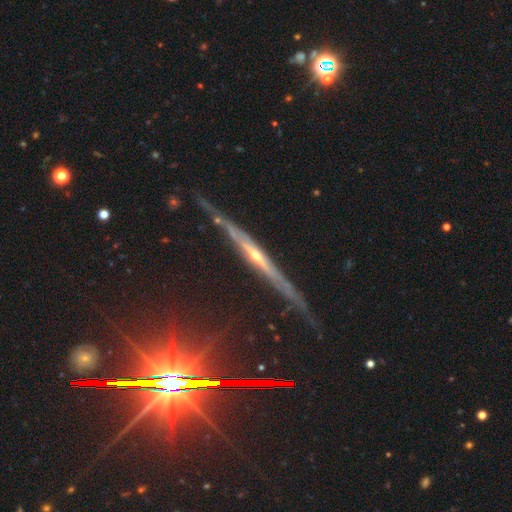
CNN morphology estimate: featured or disk 80%, star or artifact 11%, smooth 9%. Down the decision tree: edge-on disk — yes (95%); edge-on bulge — rounded (67%); merging — none (76%).